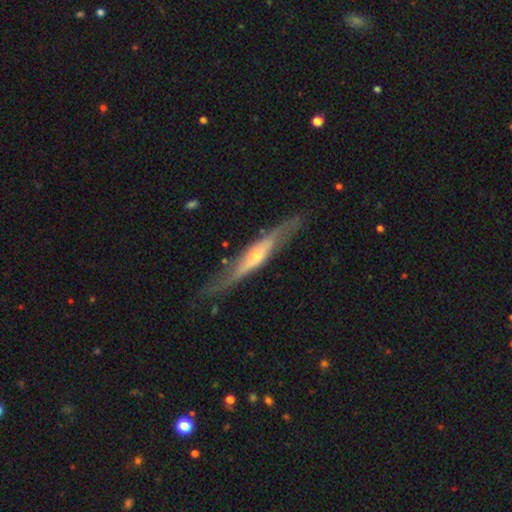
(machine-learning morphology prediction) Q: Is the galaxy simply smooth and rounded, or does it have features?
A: featured or disk — 73%.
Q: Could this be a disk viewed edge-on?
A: yes — 80%.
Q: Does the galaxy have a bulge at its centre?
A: rounded — 75%.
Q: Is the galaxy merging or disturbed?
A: none — 73%.